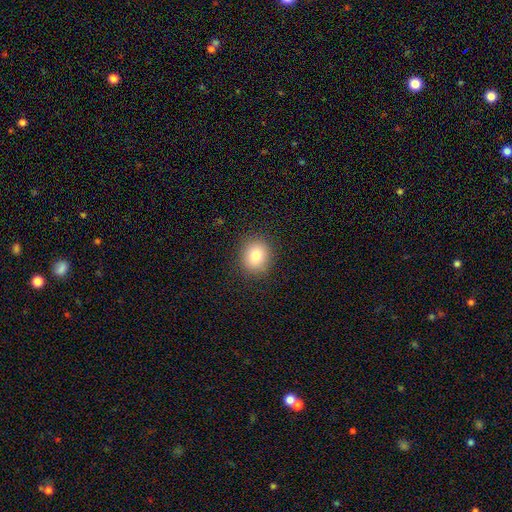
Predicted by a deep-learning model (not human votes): This is clearly a smooth galaxy (82%). How rounded: likely round (72%). Merging: clearly none (89%).